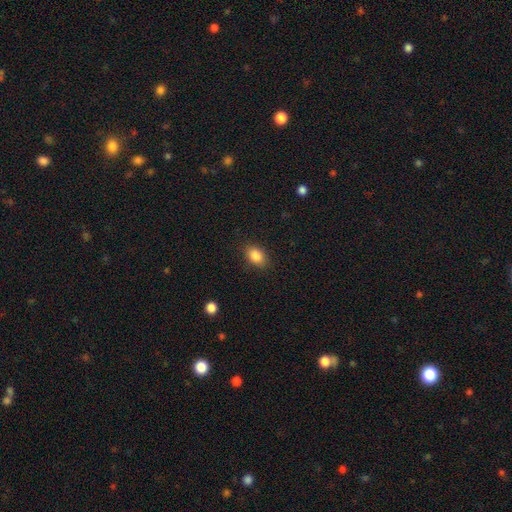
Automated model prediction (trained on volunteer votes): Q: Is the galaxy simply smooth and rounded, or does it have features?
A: smooth — 86%.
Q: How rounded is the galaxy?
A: in between — 76%.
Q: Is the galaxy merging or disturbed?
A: none — 85%.